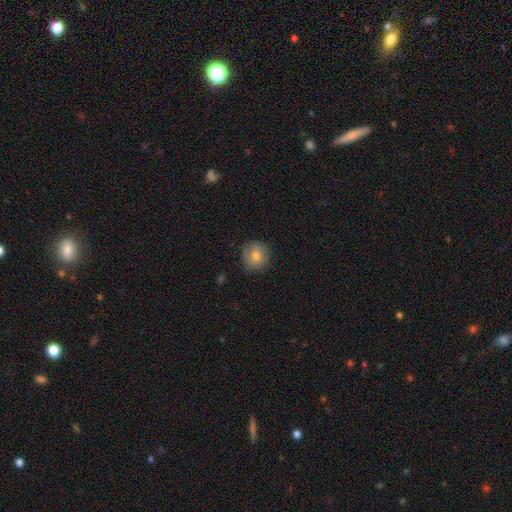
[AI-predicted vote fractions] A smooth galaxy with no disk features (74%) that is round (90%). Merging: none (82%).